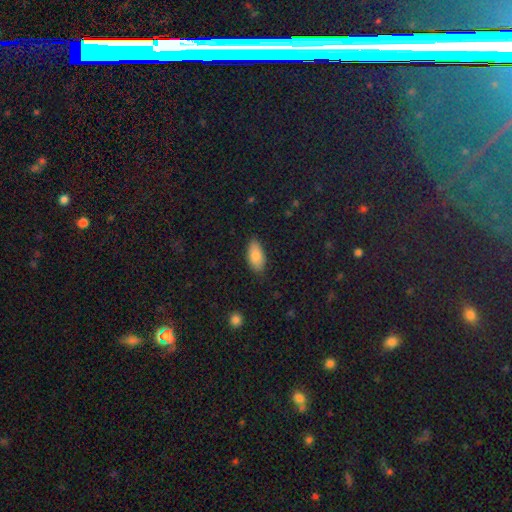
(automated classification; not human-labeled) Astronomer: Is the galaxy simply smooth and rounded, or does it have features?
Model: smooth — 85%.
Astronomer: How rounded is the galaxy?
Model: in between — 92%.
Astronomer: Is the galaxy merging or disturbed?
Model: none — 83%.